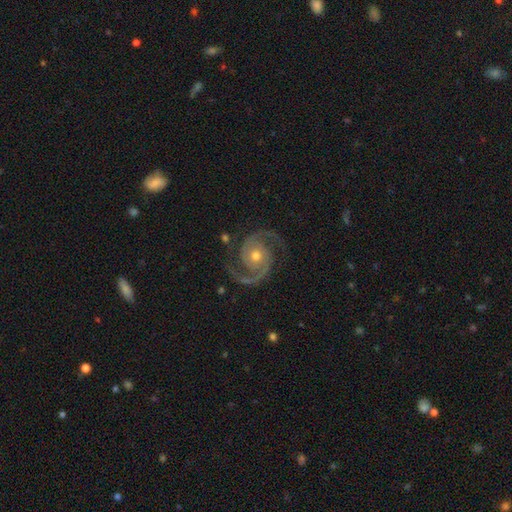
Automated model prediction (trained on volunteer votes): Smooth or featured? featured or disk (93%)
Edge-on disk? no (98%)
Bar? no (74%)
Spiral arms? yes (99%)
Spiral winding? medium (57%)
Spiral arm count? 2 (94%)
Bulge size? moderate (61%)
Merging? none (83%)